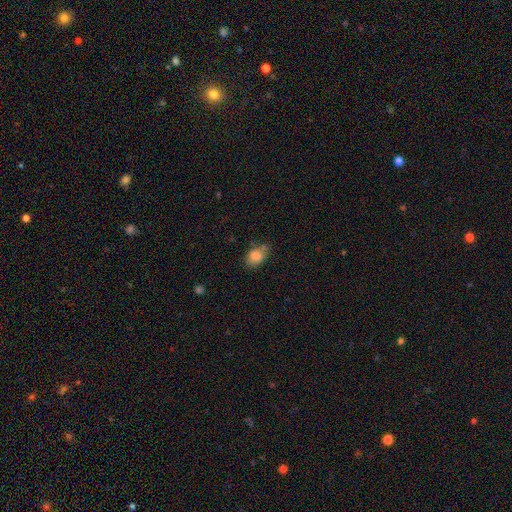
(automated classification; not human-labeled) Smooth or featured: smooth — 81% (featured or disk — 10%)
How rounded: in between — 77% (round — 21%)
Merging: none — 53% (minor disturbance — 28%)